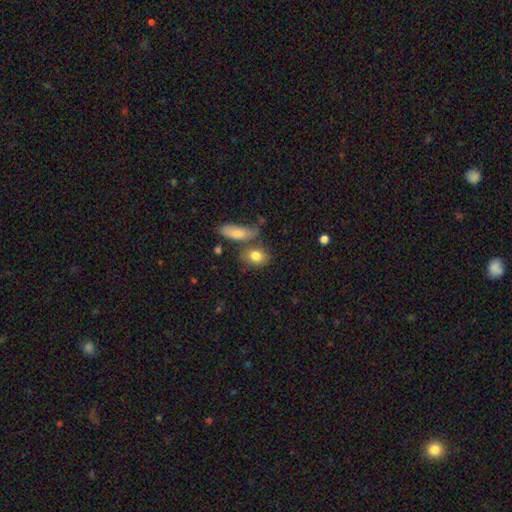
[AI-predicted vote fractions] A smooth galaxy with no disk features (81%) that is in between round and cigar-shaped (65%). Merging: none (60%).